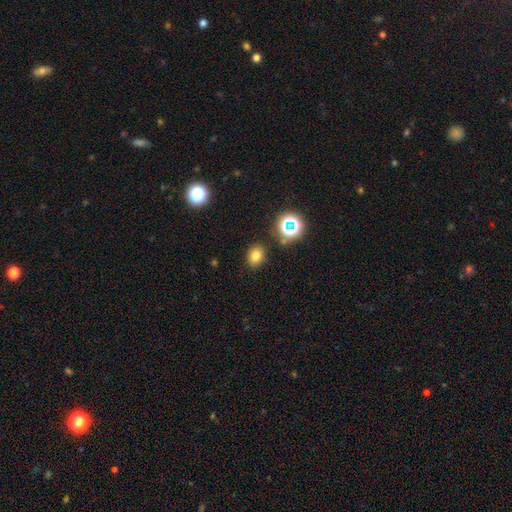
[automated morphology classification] type=smooth (76%); roundness=in between (60%); merging=none (84%).